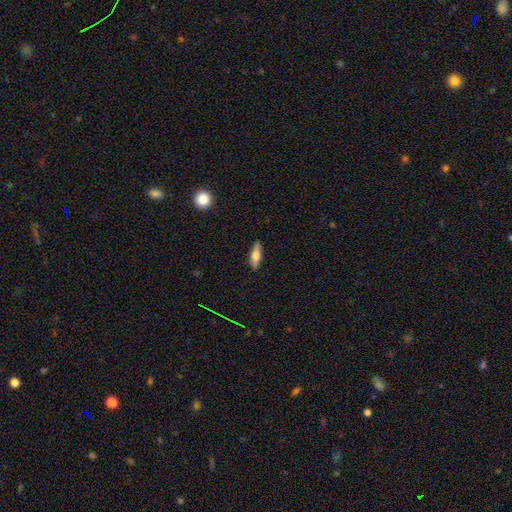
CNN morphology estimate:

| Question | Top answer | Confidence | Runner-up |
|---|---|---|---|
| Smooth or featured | smooth | 58% | featured or disk (35%) |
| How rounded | in between | 58% | cigar-shaped (39%) |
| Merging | none | 87% | minor disturbance (10%) |